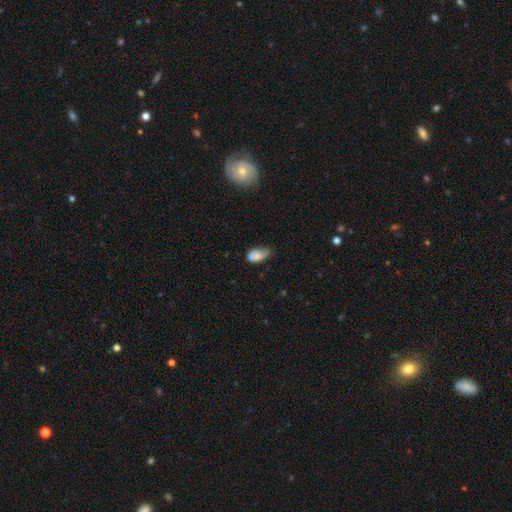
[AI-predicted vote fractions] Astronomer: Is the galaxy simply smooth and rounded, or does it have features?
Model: smooth — 74%.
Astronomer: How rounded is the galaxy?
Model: in between — 89%.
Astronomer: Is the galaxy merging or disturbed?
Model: minor disturbance — 41% (runner-up: none, 31%).